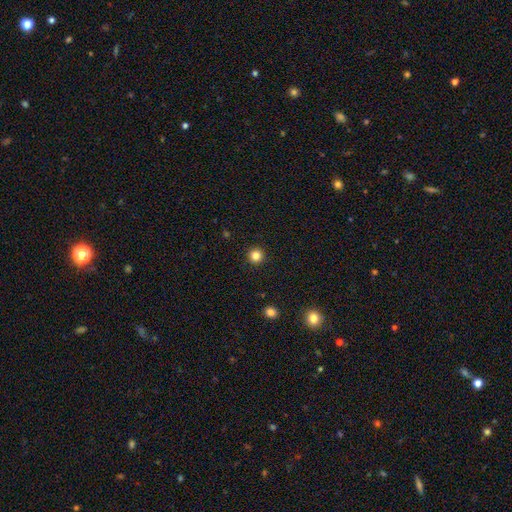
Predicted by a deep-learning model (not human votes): A smooth galaxy with no disk features (83%) that is round (96%). Merging: none (93%).